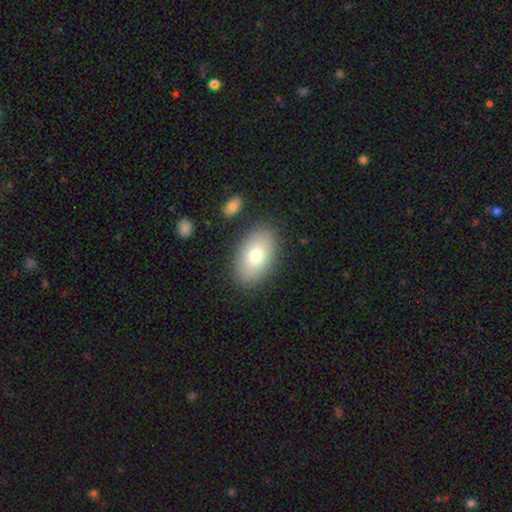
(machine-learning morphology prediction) Q: Smooth or featured?
A: smooth (76%); runner-up: featured or disk (16%)
Q: How rounded?
A: in between (92%); runner-up: round (7%)
Q: Merging?
A: none (86%); runner-up: minor disturbance (9%)